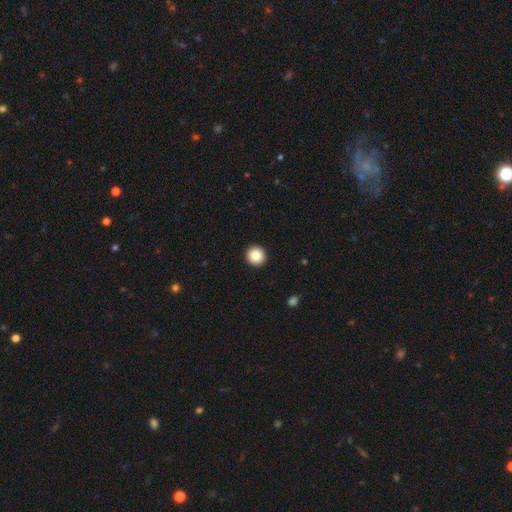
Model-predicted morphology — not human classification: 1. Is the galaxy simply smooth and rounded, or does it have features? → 85% smooth, 9% star or artifact, 6% featured or disk.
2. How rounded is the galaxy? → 96% round, 3% in between, 1% cigar-shaped.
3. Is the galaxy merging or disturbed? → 94% none, 4% minor disturbance, 1% major disturbance, 1% merger.